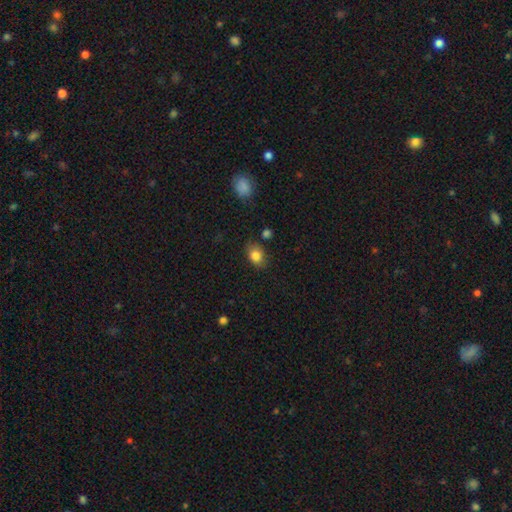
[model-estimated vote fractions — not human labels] smooth-or-featured: smooth: 82% | star or artifact: 10% | featured or disk: 8%
  how-rounded: in between: 71% | round: 28% | cigar-shaped: 1%
  merging: none: 78% | minor disturbance: 16% | major disturbance: 4% | merger: 3%